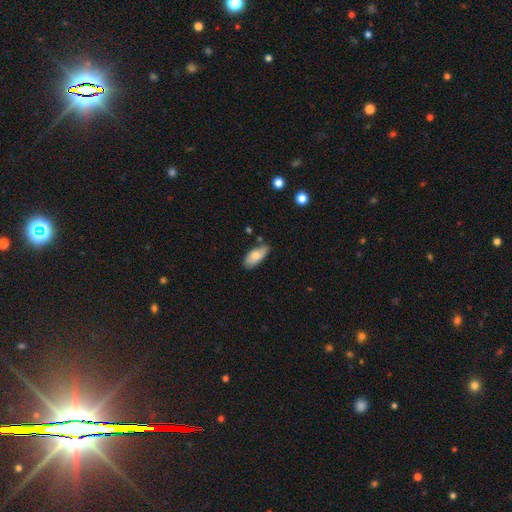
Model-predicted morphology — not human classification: Smooth or featured?
  - smooth: 77% *
  - featured or disk: 17%
  - star or artifact: 6%
How rounded?
  - in between: 87% *
  - cigar-shaped: 10%
  - round: 2%
Merging?
  - none: 65% *
  - minor disturbance: 27%
  - major disturbance: 4%
  - merger: 4%